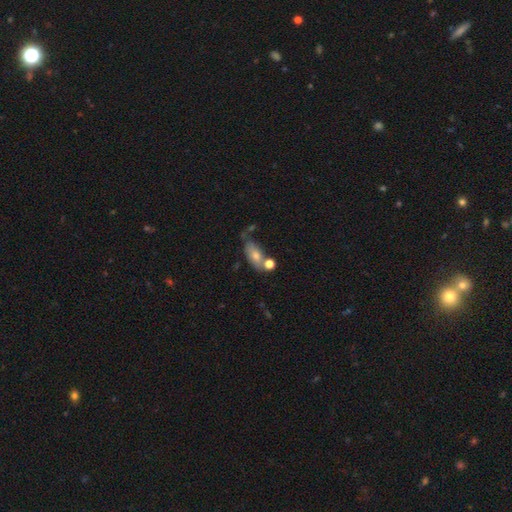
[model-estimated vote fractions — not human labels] Smooth or featured: smooth — 71% (featured or disk — 20%)
How rounded: in between — 85% (cigar-shaped — 8%)
Merging: none — 47% (merger — 24%)